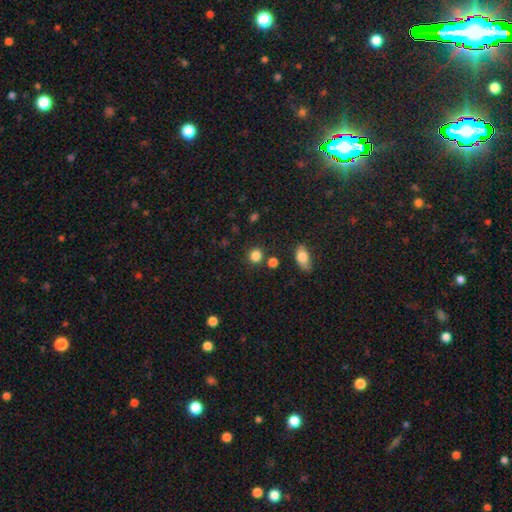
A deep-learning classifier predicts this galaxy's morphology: This is clearly a smooth galaxy (84%). How rounded: clearly round (83%). Merging: clearly none (82%).